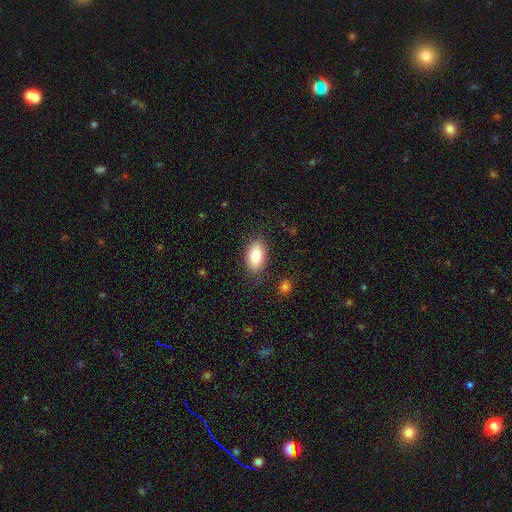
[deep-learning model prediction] smooth-or-featured: smooth: 85% | featured or disk: 8% | star or artifact: 7%
  how-rounded: in between: 92% | round: 4% | cigar-shaped: 3%
  merging: none: 84% | minor disturbance: 11% | major disturbance: 3% | merger: 2%